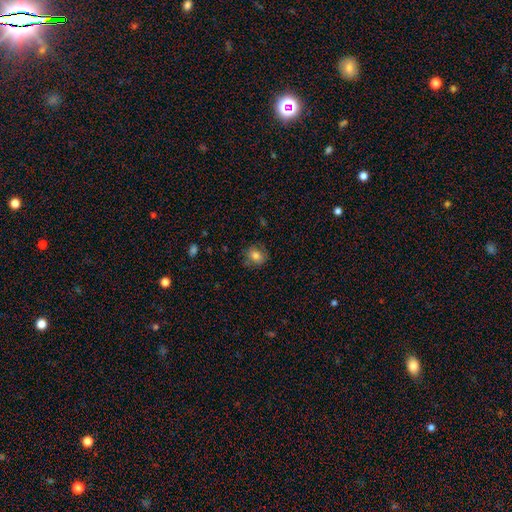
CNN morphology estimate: Q: Smooth or featured?
A: smooth (78%); runner-up: featured or disk (12%)
Q: How rounded?
A: round (73%); runner-up: in between (26%)
Q: Merging?
A: none (79%); runner-up: minor disturbance (15%)